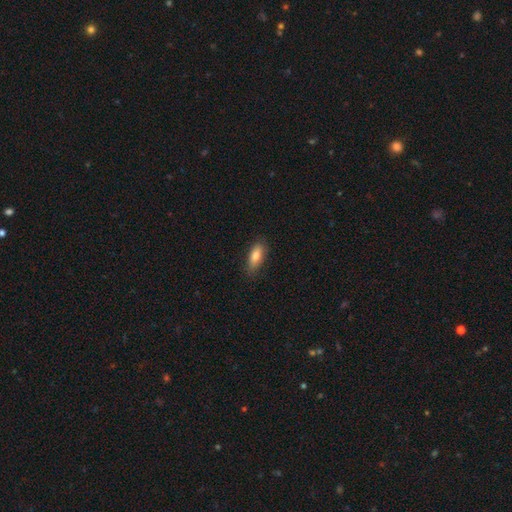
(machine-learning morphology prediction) The model was most divided on "how rounded": in between: 75%, cigar-shaped: 22%, round: 3%. More confident: merging — none (82%); smooth or featured — smooth (79%).